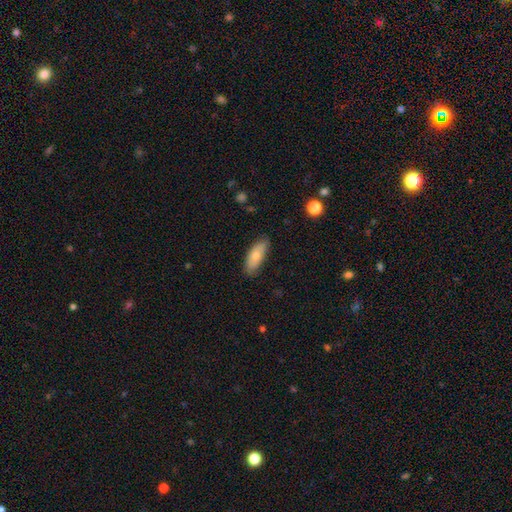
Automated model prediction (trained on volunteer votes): The model was most divided on "how rounded": in between: 73%, cigar-shaped: 24%, round: 2%. More confident: merging — none (78%); smooth or featured — smooth (76%).